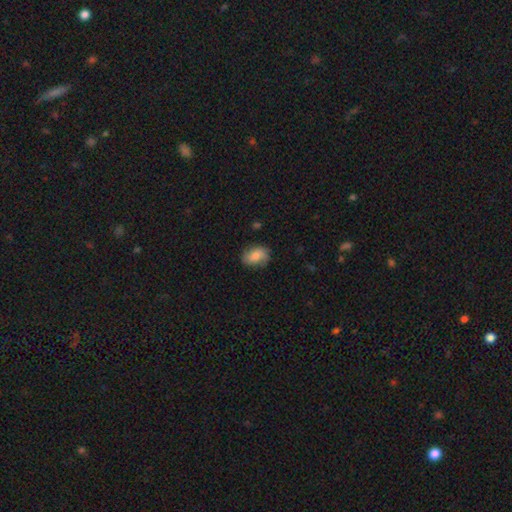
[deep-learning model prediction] Smooth or featured? smooth (71%)
How rounded? in between (75%)
Merging? none (79%)